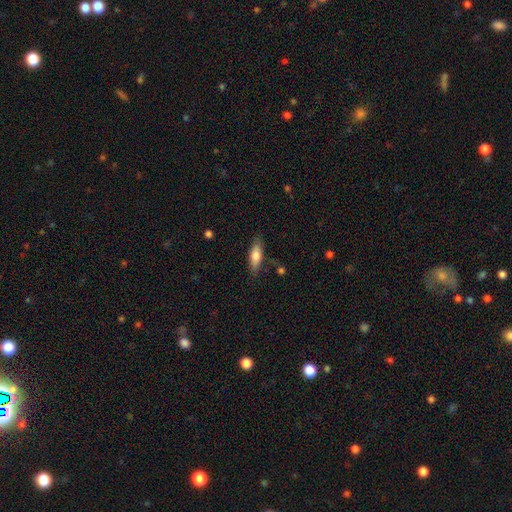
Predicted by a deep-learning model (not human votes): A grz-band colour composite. It shows a smooth galaxy with no disk features (72%) that is in between round and cigar-shaped (57%). Merging: none (81%).